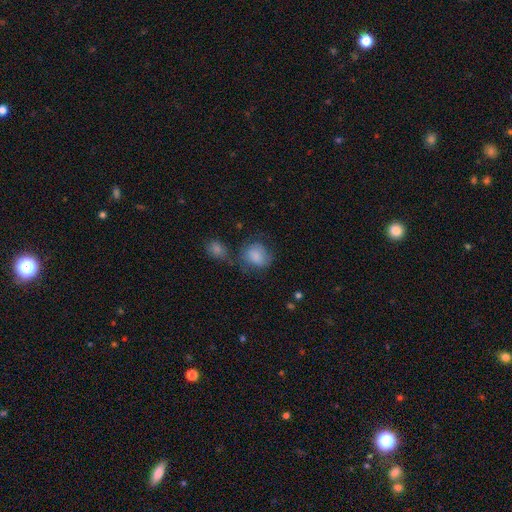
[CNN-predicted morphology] A smooth galaxy with no disk features (83%) that is round (65%).

Vote fractions:
- Smooth or featured? smooth: 83% / featured or disk: 9% / star or artifact: 8%
- How rounded? round: 65% / in between: 34% / cigar-shaped: 1%
- Merging? none: 50% / minor disturbance: 23% / merger: 15% / major disturbance: 12%